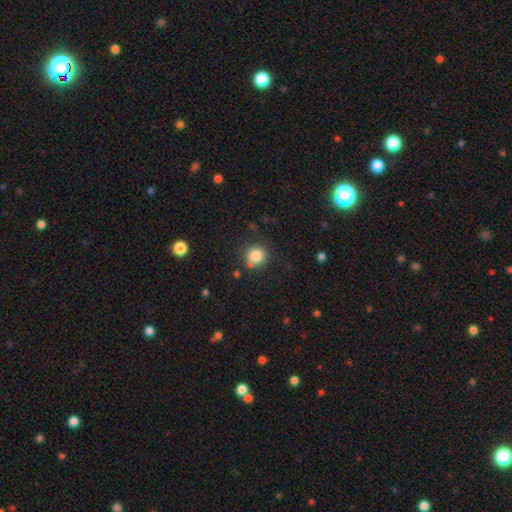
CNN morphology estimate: Smooth or featured? Predicted: smooth (p=0.83). How rounded? Predicted: round (p=0.92). Merging? Predicted: none (p=0.80).